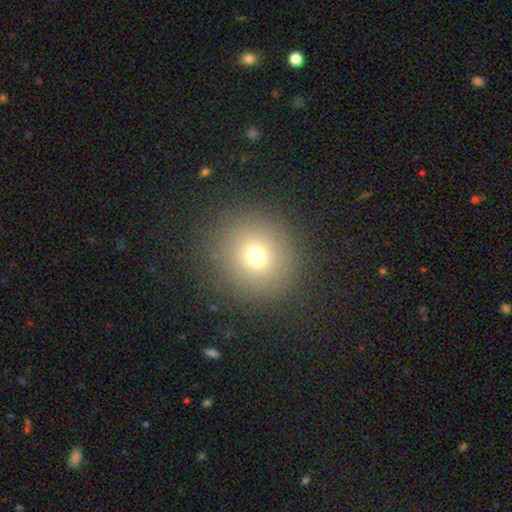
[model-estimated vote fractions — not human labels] Overall: smooth (72%). How rounded: round (92%). Merging: none (87%).